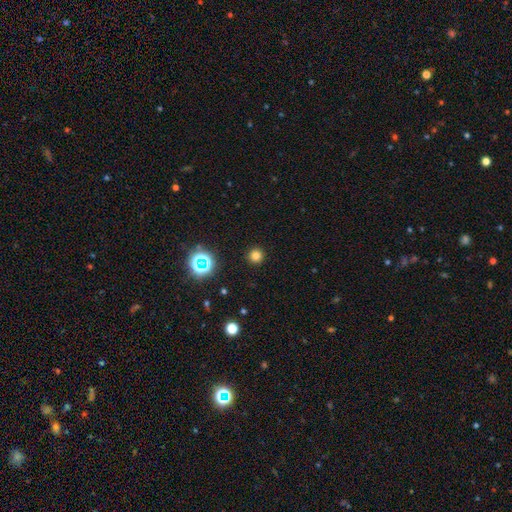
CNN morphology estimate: smooth_or_featured: smooth (p=0.76) [alt: star or artifact p=0.19]
how_rounded: round (p=0.96) [alt: in between p=0.03]
merging: none (p=0.92) [alt: minor disturbance p=0.05]